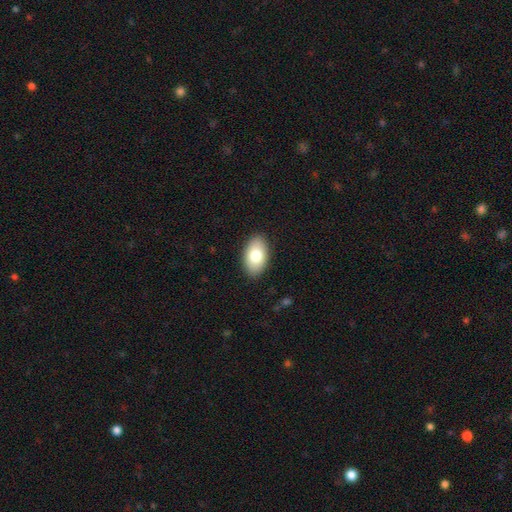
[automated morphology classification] The model was most divided on "smooth or featured": smooth: 80%, featured or disk: 14%, star or artifact: 6%. More confident: how rounded — in between (94%); merging — none (88%).